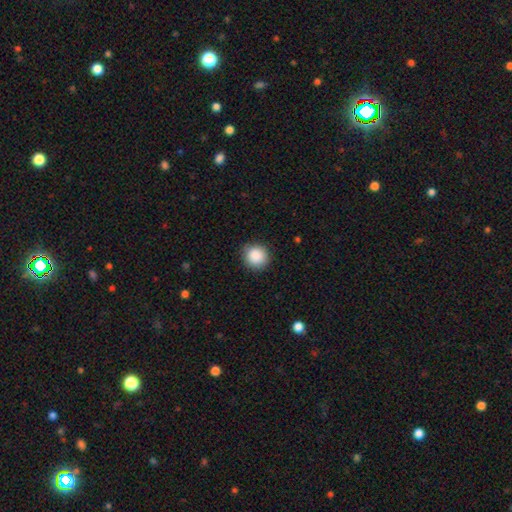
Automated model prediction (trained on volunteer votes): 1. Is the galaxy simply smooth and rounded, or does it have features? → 89% smooth, 8% star or artifact, 3% featured or disk.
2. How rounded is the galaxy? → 93% round, 6% in between, 1% cigar-shaped.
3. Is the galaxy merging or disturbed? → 87% none, 9% minor disturbance, 2% major disturbance, 1% merger.